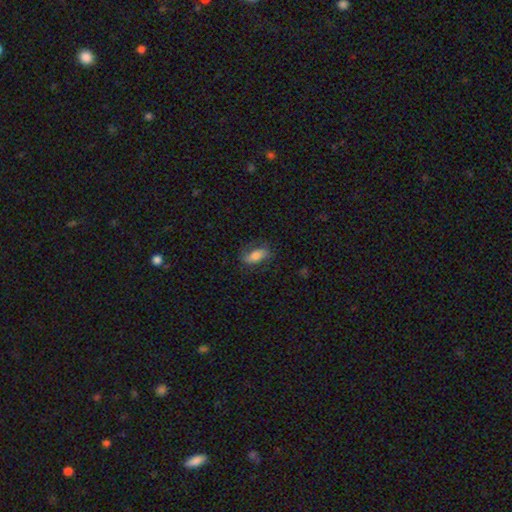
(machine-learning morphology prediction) Smooth or featured? smooth (60%)
How rounded? in between (82%)
Merging? none (71%)